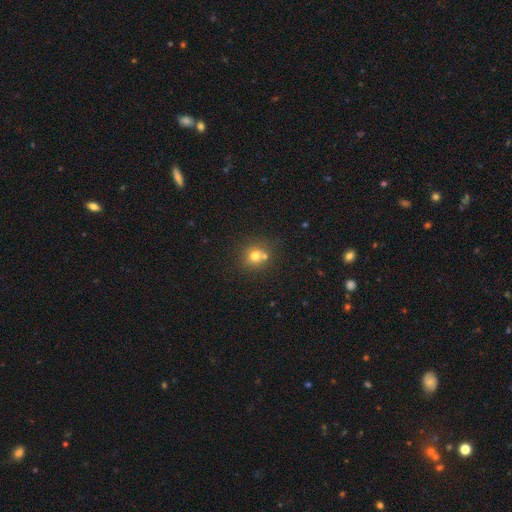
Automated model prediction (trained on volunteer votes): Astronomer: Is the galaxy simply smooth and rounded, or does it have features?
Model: smooth — 73%.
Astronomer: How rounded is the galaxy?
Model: round — 83%.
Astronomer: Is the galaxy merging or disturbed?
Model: none — 60%.